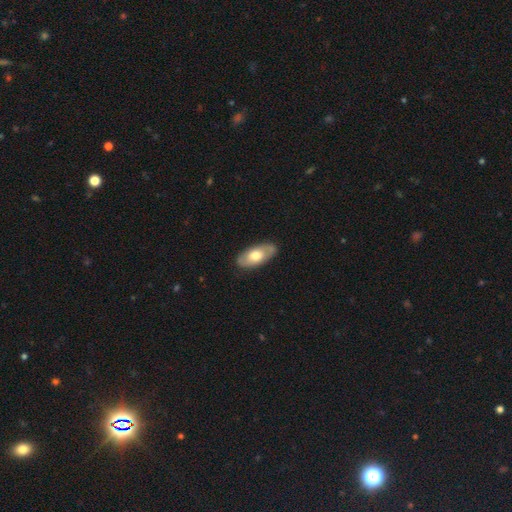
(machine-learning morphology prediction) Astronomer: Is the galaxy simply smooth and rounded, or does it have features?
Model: smooth — 54% (runner-up: featured or disk, 41%).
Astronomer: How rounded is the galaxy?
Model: in between — 89%.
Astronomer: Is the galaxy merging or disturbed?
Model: none — 85%.